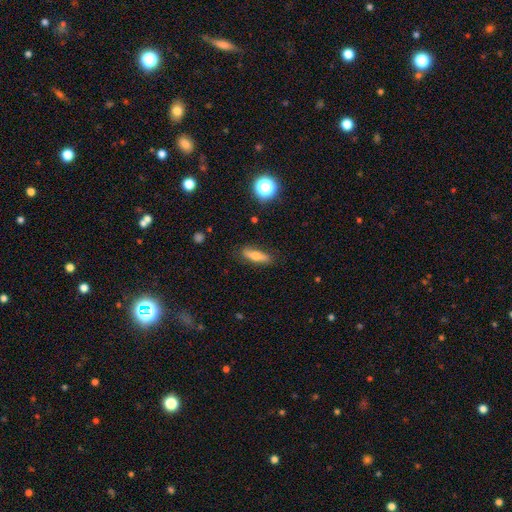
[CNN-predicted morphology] A smooth galaxy with no disk features (63%) that is cigar-shaped (60%).

Vote fractions:
- Smooth or featured? smooth: 63% / featured or disk: 28% / star or artifact: 9%
- How rounded? cigar-shaped: 60% / in between: 37% / round: 3%
- Merging? none: 81% / minor disturbance: 14% / major disturbance: 3% / merger: 2%